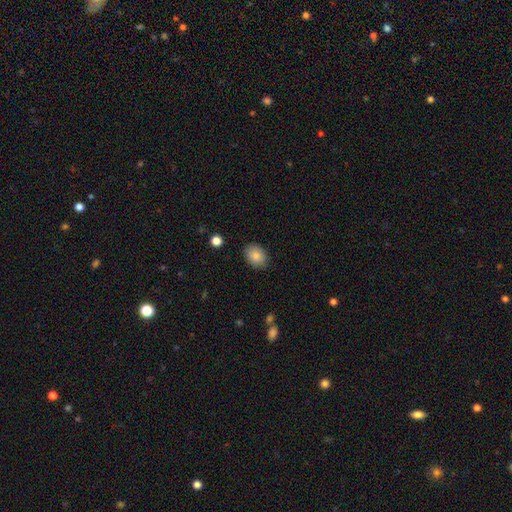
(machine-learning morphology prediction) smooth-or-featured: smooth: 87% | star or artifact: 8% | featured or disk: 5%
  how-rounded: in between: 70% | round: 29% | cigar-shaped: 1%
  merging: none: 86% | minor disturbance: 11% | major disturbance: 3% | merger: 1%